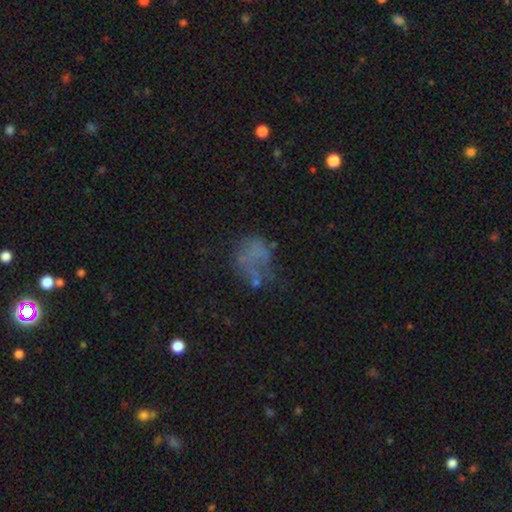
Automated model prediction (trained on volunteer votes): Smooth or featured?
  - smooth: 42% *
  - featured or disk: 36%
  - star or artifact: 21%
Merging?
  - none: 36% *
  - major disturbance: 34%
  - minor disturbance: 21%
  - merger: 9%